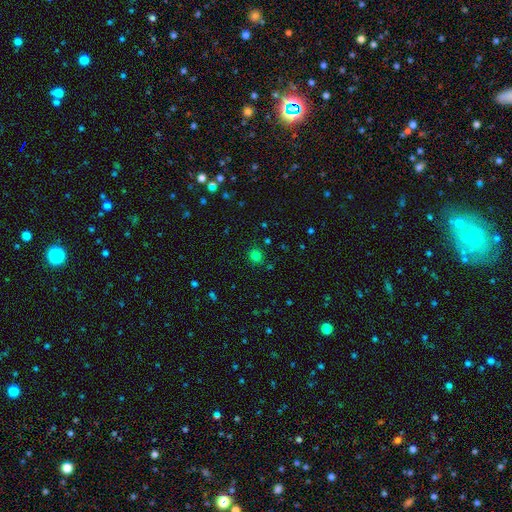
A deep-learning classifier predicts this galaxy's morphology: A smooth galaxy with no disk features (76%) that is round (86%).

Vote fractions:
- Smooth or featured? smooth: 76% / star or artifact: 19% / featured or disk: 5%
- How rounded? round: 86% / in between: 13% / cigar-shaped: 1%
- Merging? none: 86% / minor disturbance: 8% / major disturbance: 3% / merger: 2%